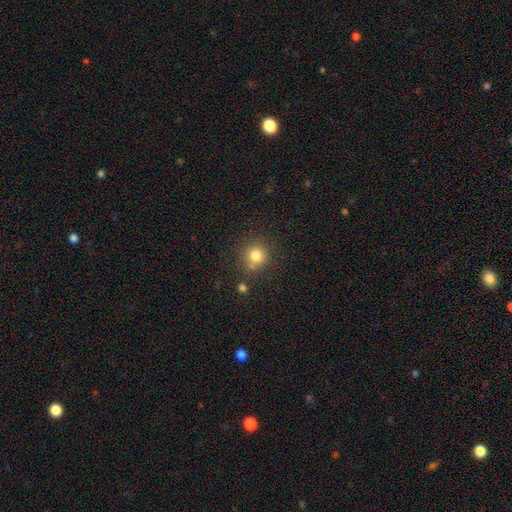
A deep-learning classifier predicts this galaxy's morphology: Smooth or featured? Predicted: smooth (p=0.80). How rounded? Predicted: round (p=0.87). Merging? Predicted: none (p=0.71).